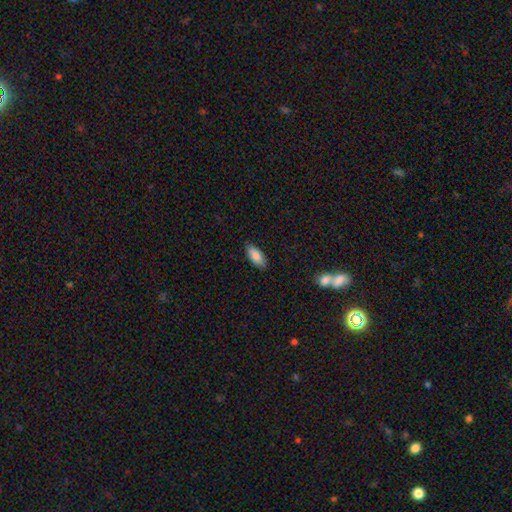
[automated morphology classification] smooth_or_featured: smooth (p=0.87) [alt: featured or disk p=0.07]
how_rounded: in between (p=0.85) [alt: cigar-shaped p=0.13]
merging: none (p=0.87) [alt: minor disturbance p=0.10]